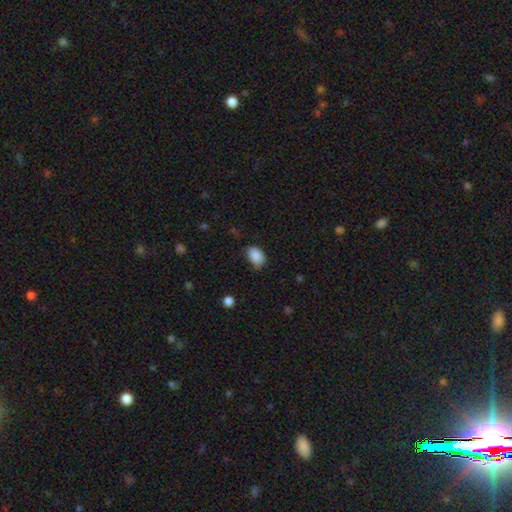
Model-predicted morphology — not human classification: A smooth galaxy with no disk features (89%) that is in between round and cigar-shaped (82%). Merging: none (73%).